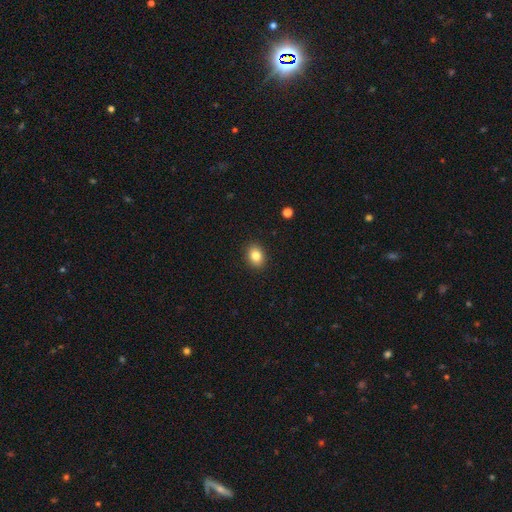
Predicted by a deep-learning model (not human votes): Q: Smooth or featured?
A: smooth (84%); runner-up: star or artifact (10%)
Q: How rounded?
A: in between (60%); runner-up: round (39%)
Q: Merging?
A: none (90%); runner-up: minor disturbance (7%)